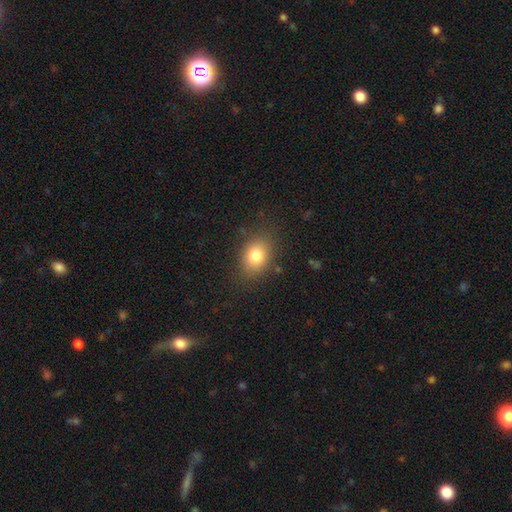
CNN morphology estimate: Smooth or featured? smooth (80%)
How rounded? in between (63%)
Merging? none (81%)